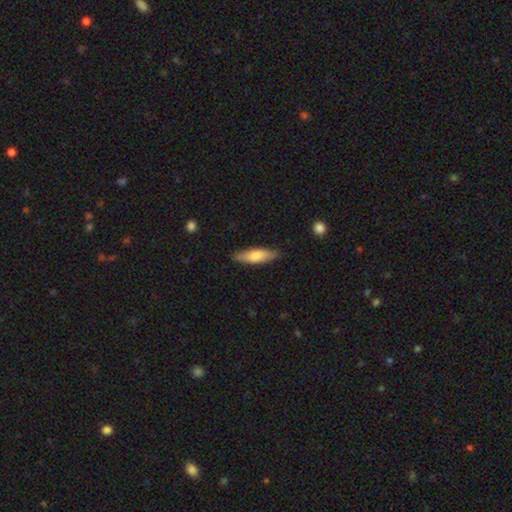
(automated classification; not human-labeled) The model was most divided on "how rounded": cigar-shaped: 59%, in between: 39%, round: 2%. More confident: merging — none (83%); smooth or featured — smooth (72%).